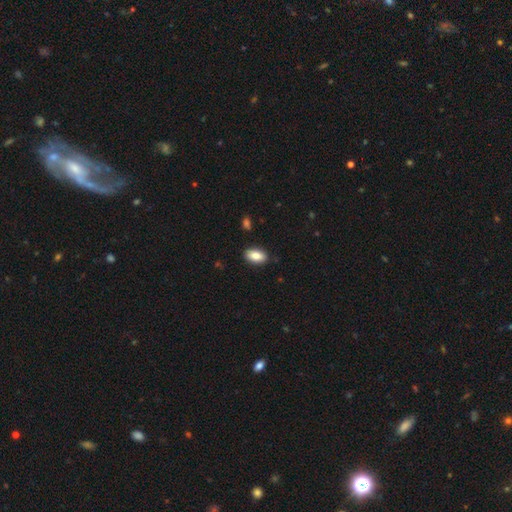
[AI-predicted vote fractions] smooth-or-featured: smooth: 85% | featured or disk: 8% | star or artifact: 7%
  how-rounded: in between: 92% | round: 6% | cigar-shaped: 3%
  merging: none: 88% | minor disturbance: 9% | major disturbance: 2% | merger: 1%